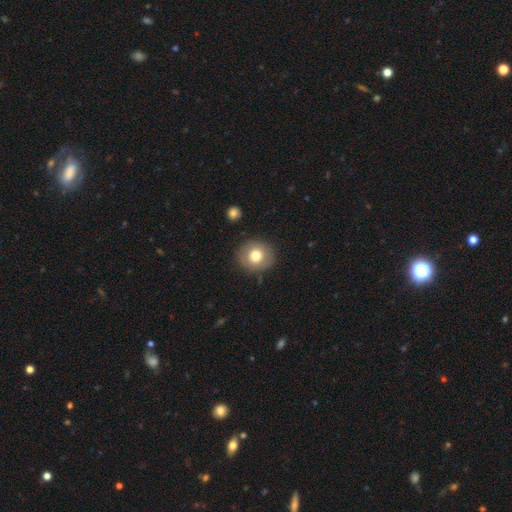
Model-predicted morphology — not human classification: smooth_or_featured: smooth (p=0.74) [alt: featured or disk p=0.17]
how_rounded: round (p=0.87) [alt: in between p=0.12]
merging: none (p=0.87) [alt: minor disturbance p=0.08]